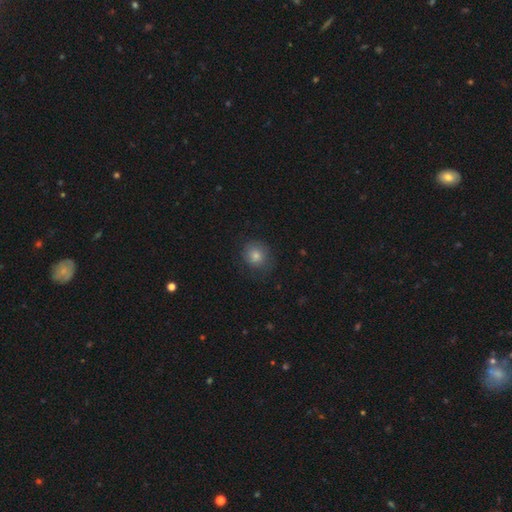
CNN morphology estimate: The model was most divided on "smooth or featured": smooth: 76%, star or artifact: 13%, featured or disk: 11%. More confident: how rounded — round (87%); merging — none (80%).